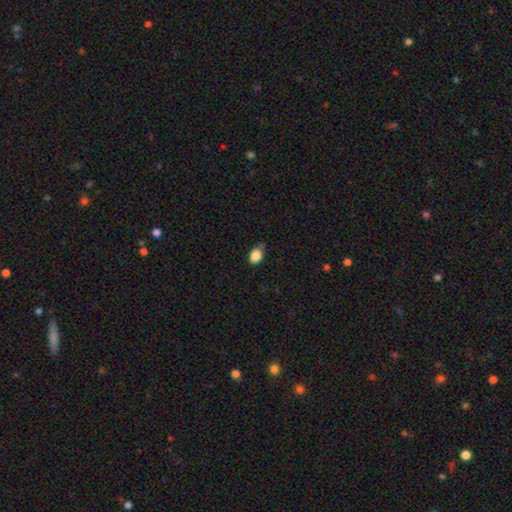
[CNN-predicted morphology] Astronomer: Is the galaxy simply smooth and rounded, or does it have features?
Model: smooth — 86%.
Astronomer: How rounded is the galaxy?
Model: in between — 81%.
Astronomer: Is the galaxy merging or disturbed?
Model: none — 61%.